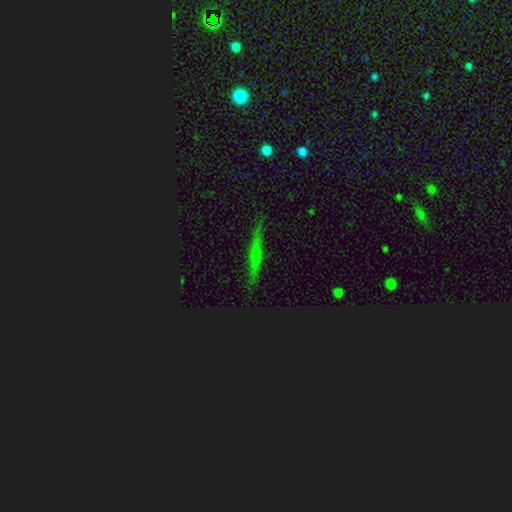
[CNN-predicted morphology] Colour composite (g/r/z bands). It shows a featured or disk galaxy (55%) viewed edge-on (96%) with a rounded central bulge (65%). Merging: none (87%).